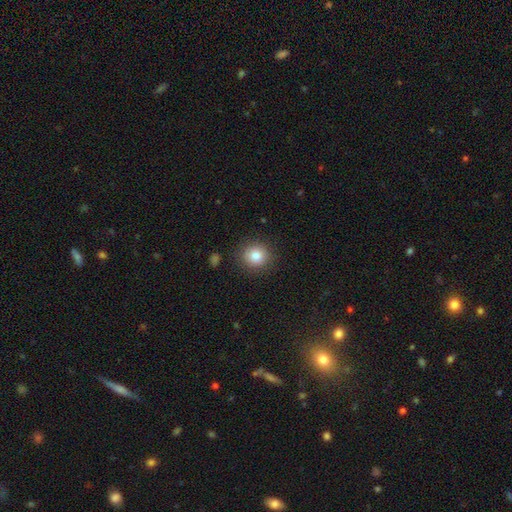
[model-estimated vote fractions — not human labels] Morphology: type=smooth (83%); roundness=round (88%); merging=none (88%).